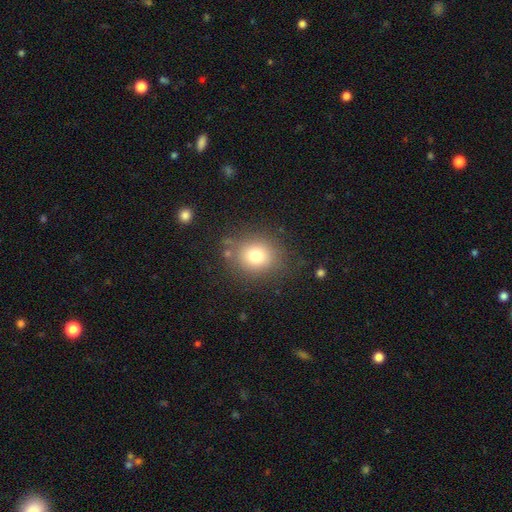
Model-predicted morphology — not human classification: Overall: smooth (77%). How rounded: round (78%). Merging: none (79%).